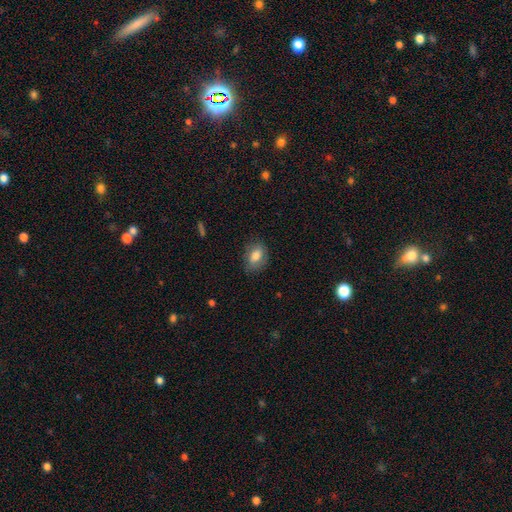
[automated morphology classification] smooth 75%, featured or disk 17%, star or artifact 8%. Down the decision tree: how rounded — in between (79%); merging — none (74%).